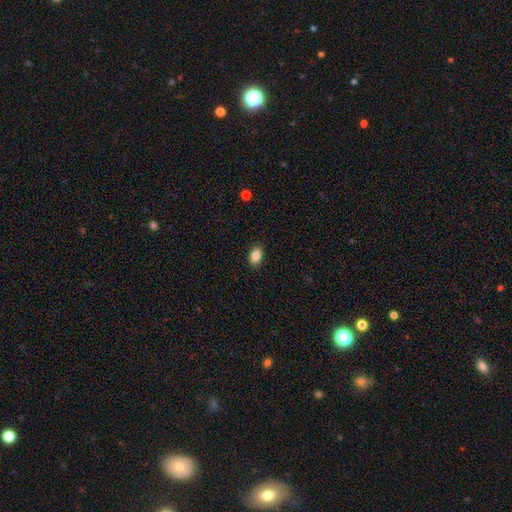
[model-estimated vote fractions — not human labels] Smooth or featured?
  - smooth: 87% *
  - star or artifact: 9%
  - featured or disk: 5%
How rounded?
  - in between: 81% *
  - round: 18%
  - cigar-shaped: 1%
Merging?
  - none: 89% *
  - minor disturbance: 8%
  - major disturbance: 2%
  - merger: 1%